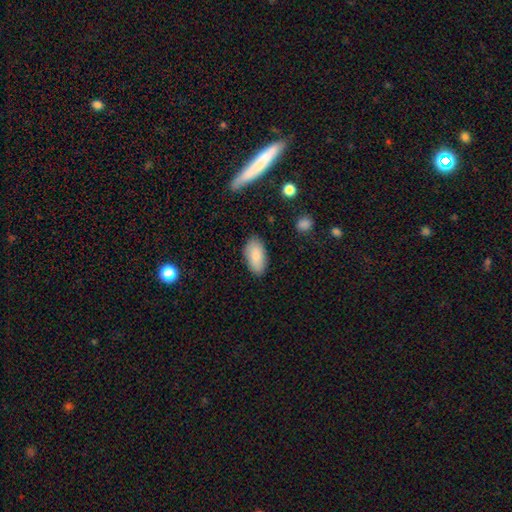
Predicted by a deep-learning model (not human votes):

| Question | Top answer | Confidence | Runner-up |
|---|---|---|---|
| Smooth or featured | smooth | 85% | featured or disk (8%) |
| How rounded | in between | 94% | cigar-shaped (3%) |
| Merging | none | 84% | minor disturbance (12%) |